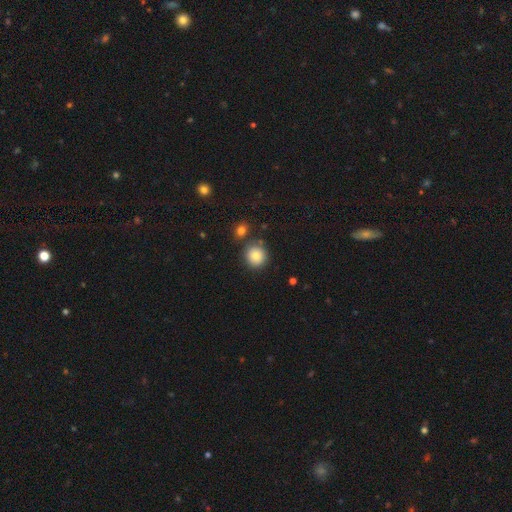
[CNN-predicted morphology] Smooth or featured? Predicted: smooth (p=0.83). How rounded? Predicted: round (p=0.89). Merging? Predicted: none (p=0.81).